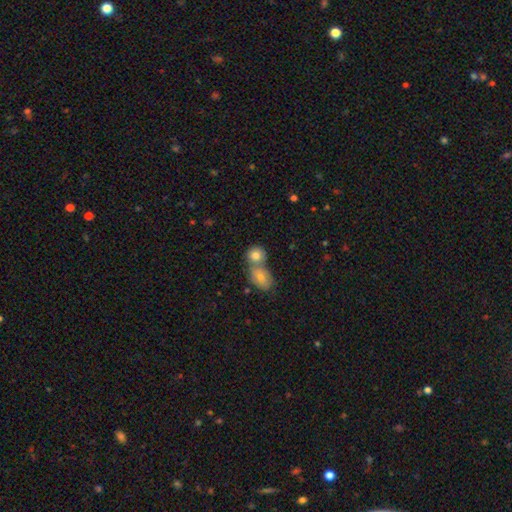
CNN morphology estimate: Smooth or featured: smooth — 82% (featured or disk — 10%)
How rounded: round — 61% (in between — 37%)
Merging: merger — 57% (none — 34%)